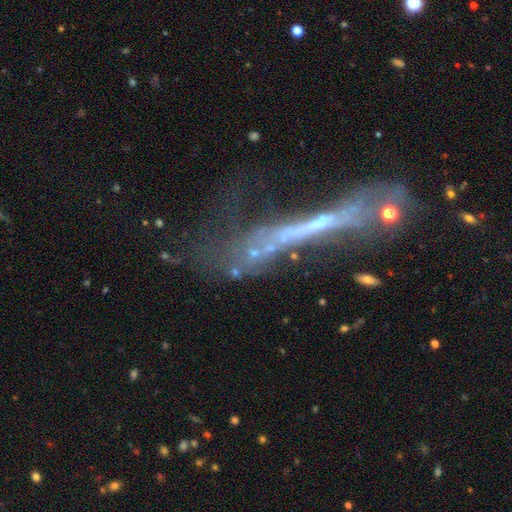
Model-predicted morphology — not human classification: Q: Smooth or featured?
A: featured or disk (57%); runner-up: smooth (26%)
Q: Edge-on disk?
A: yes (56%); runner-up: no (44%)
Q: Merging?
A: none (33%); runner-up: major disturbance (30%)